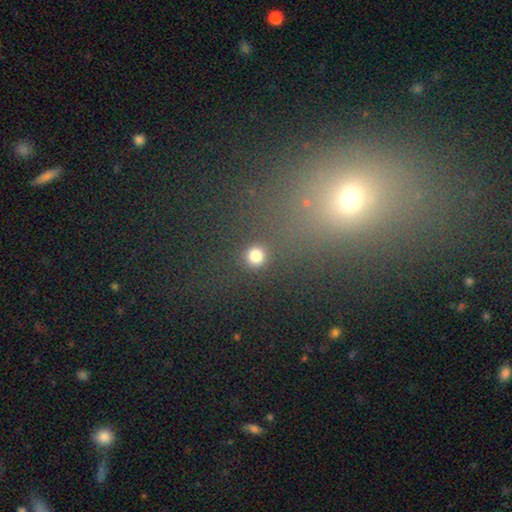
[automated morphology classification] This appears to be a smooth galaxy with no disk features (80%) that is round (92%). Merging: none (88%).